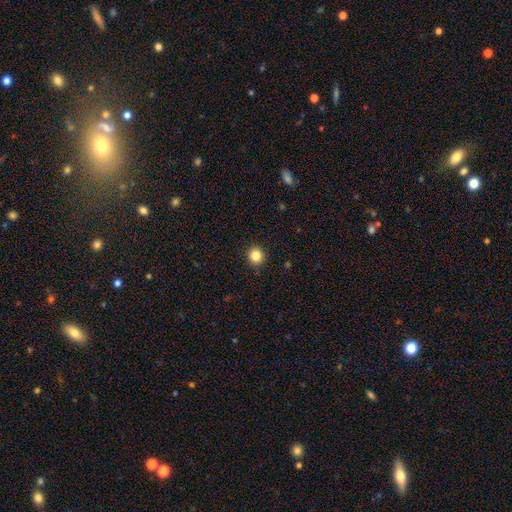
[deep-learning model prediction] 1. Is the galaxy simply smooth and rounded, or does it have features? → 85% smooth, 11% star or artifact, 5% featured or disk.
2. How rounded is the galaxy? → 92% round, 7% in between, 1% cigar-shaped.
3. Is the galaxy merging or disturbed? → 92% none, 5% minor disturbance, 2% major disturbance, 1% merger.